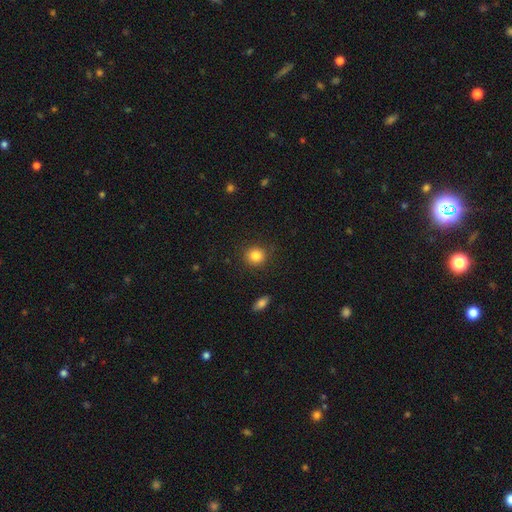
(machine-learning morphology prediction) Q: Smooth or featured?
A: smooth (85%); runner-up: star or artifact (10%)
Q: How rounded?
A: round (88%); runner-up: in between (11%)
Q: Merging?
A: none (86%); runner-up: minor disturbance (9%)